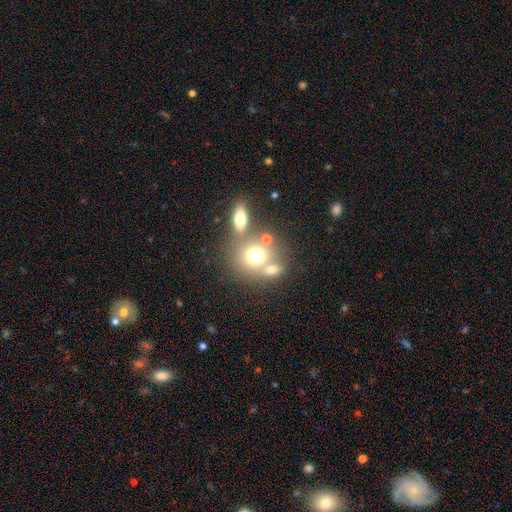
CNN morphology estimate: type=smooth (69%); roundness=round (72%); merging=none (43%).